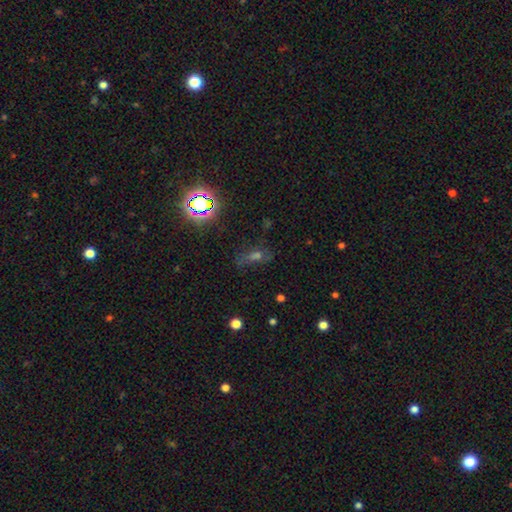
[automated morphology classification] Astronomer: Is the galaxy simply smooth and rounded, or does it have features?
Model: star or artifact — 45% (runner-up: smooth, 33%).